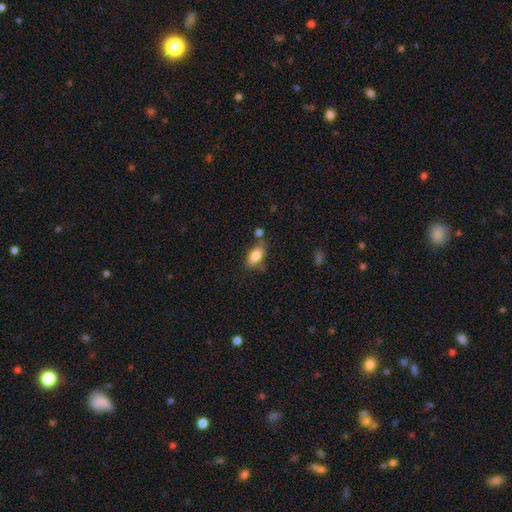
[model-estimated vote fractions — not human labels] Q: Smooth or featured?
A: smooth (82%); runner-up: featured or disk (11%)
Q: How rounded?
A: in between (88%); runner-up: cigar-shaped (8%)
Q: Merging?
A: none (61%); runner-up: minor disturbance (21%)